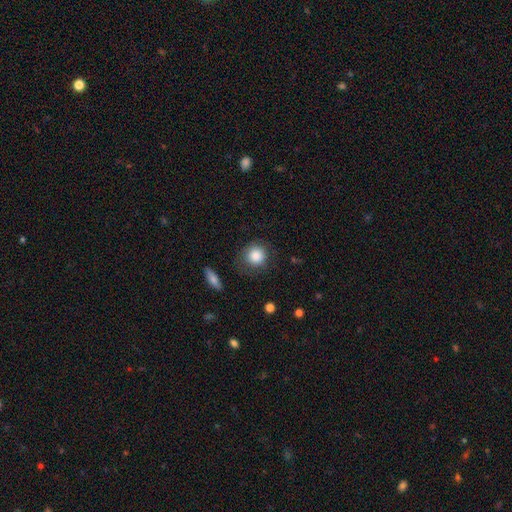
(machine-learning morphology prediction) The model was most divided on "merging": none: 77%, minor disturbance: 15%, major disturbance: 6%, merger: 2%. More confident: how rounded — round (90%); smooth or featured — smooth (85%).